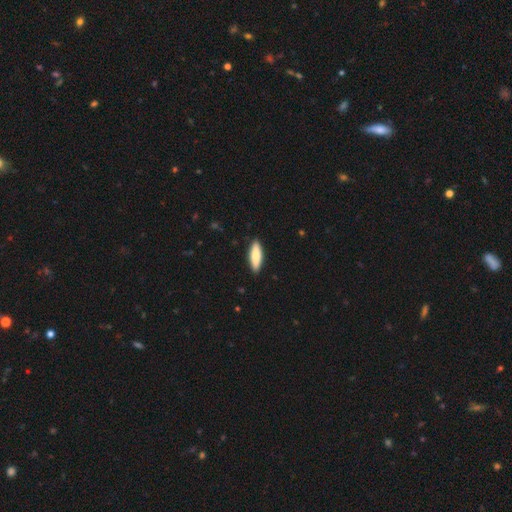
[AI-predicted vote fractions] Overall: smooth (79%). How rounded: cigar-shaped (52%; in between 46%). Merging: none (90%).